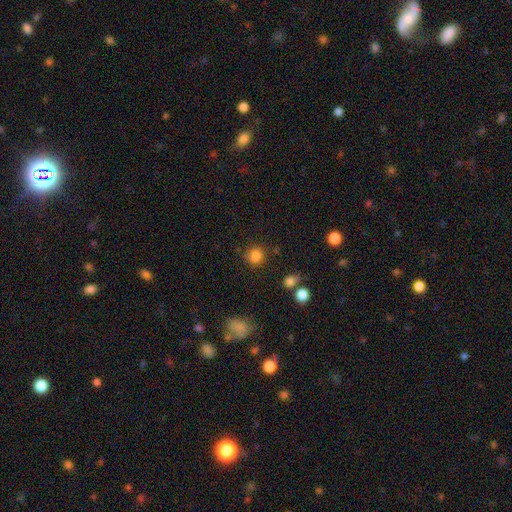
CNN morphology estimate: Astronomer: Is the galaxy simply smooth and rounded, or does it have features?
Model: smooth — 82%.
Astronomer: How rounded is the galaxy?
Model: round — 86%.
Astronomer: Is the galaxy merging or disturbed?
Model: none — 80%.